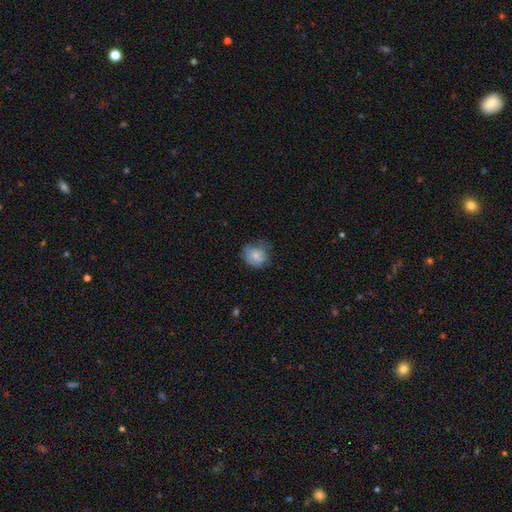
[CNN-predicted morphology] This is likely a smooth galaxy (74%). How rounded: likely round (73%). Merging: possibly none (57%).